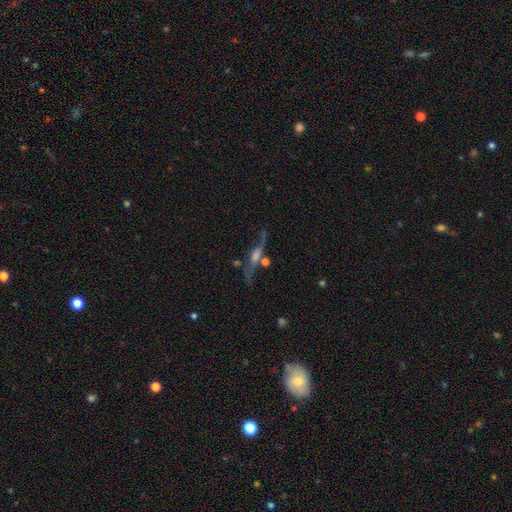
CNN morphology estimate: type=featured or disk (74%); edge-on=yes (58%); merging=none (55%).